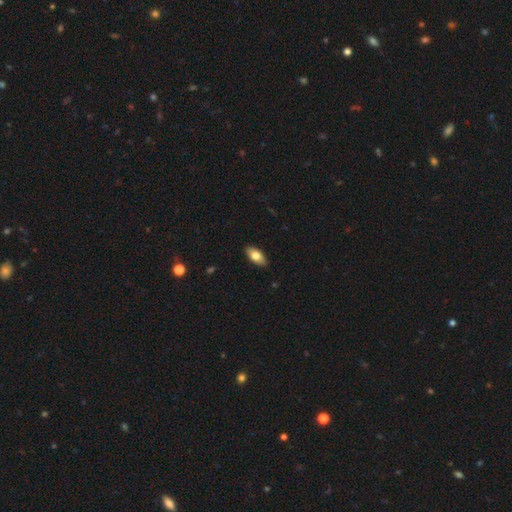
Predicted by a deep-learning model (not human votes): This is likely a smooth galaxy (76%). How rounded: clearly in between (89%). Merging: clearly none (89%).